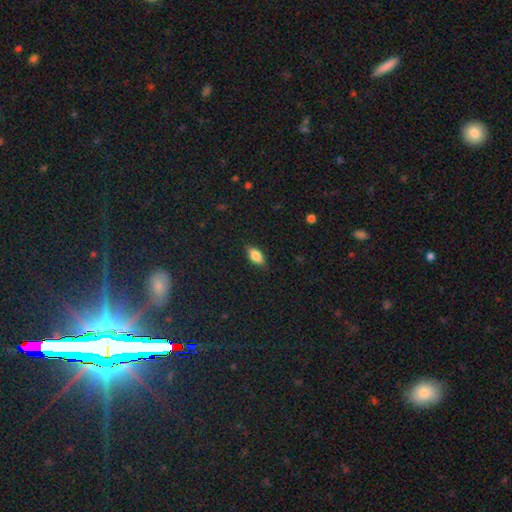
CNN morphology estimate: smooth 80%, featured or disk 12%, star or artifact 8%. Down the decision tree: how rounded — in between (86%); merging — none (85%).